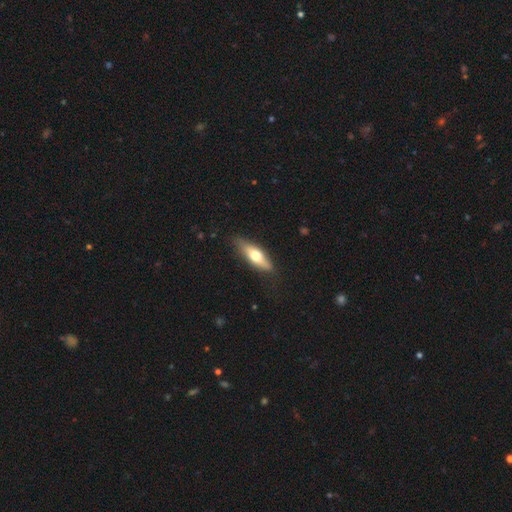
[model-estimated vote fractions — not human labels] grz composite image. It shows a smooth galaxy with no disk features (54%) that is cigar-shaped (52%). Merging: none (83%).